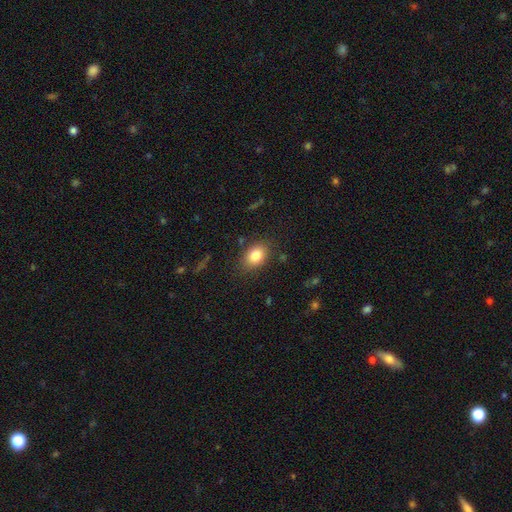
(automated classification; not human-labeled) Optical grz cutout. It shows a smooth galaxy with no disk features (83%) that is in between round and cigar-shaped (76%). Merging: none (81%).